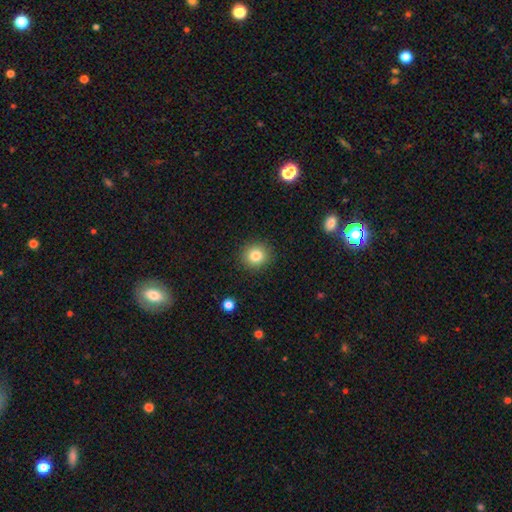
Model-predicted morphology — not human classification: This is clearly a smooth galaxy (82%). How rounded: clearly round (88%). Merging: clearly none (90%).